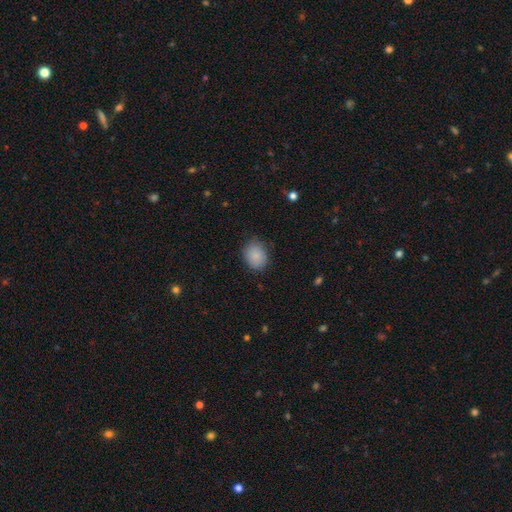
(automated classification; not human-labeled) Smooth or featured? Predicted: smooth (p=0.87). How rounded? Predicted: in between (p=0.55). Merging? Predicted: none (p=0.79).